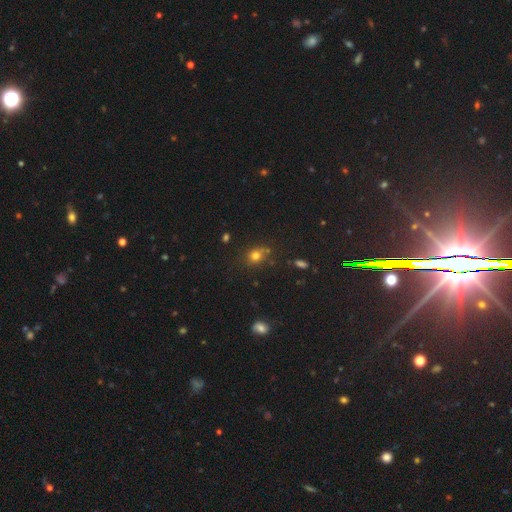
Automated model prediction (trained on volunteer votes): The model was most divided on "how rounded": round: 69%, in between: 30%, cigar-shaped: 1%. More confident: smooth or featured — smooth (73%); merging — none (68%).